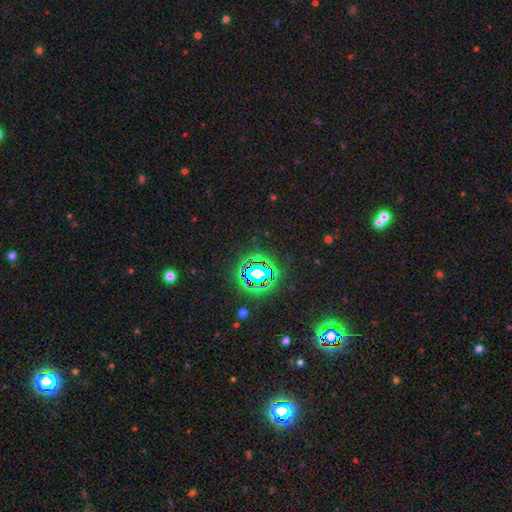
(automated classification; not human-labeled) Smooth or featured?
  - star or artifact: 83% *
  - smooth: 11%
  - featured or disk: 7%